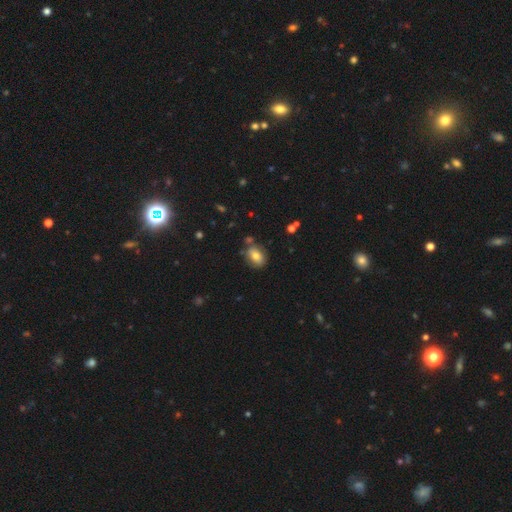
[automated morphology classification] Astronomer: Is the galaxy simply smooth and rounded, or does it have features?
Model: smooth — 76%.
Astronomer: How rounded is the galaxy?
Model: in between — 81%.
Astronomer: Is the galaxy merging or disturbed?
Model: none — 71%.